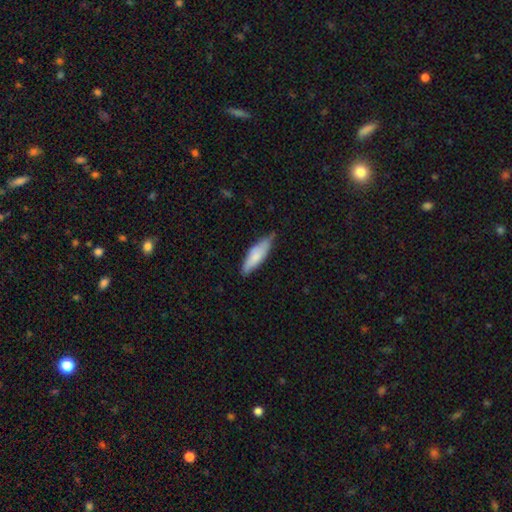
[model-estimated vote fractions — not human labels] Q: Smooth or featured?
A: smooth (75%); runner-up: featured or disk (19%)
Q: How rounded?
A: cigar-shaped (54%); runner-up: in between (45%)
Q: Merging?
A: none (63%); runner-up: minor disturbance (31%)